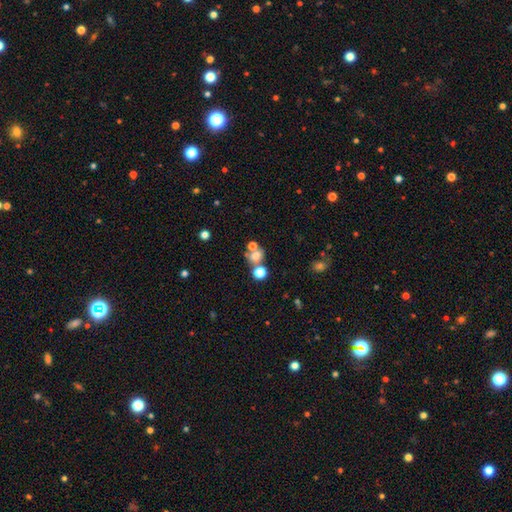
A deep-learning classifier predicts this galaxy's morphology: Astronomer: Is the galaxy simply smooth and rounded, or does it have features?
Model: smooth — 67%.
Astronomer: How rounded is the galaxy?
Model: round — 60% (runner-up: in between, 38%).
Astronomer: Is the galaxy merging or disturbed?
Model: none — 44% (runner-up: merger, 40%).